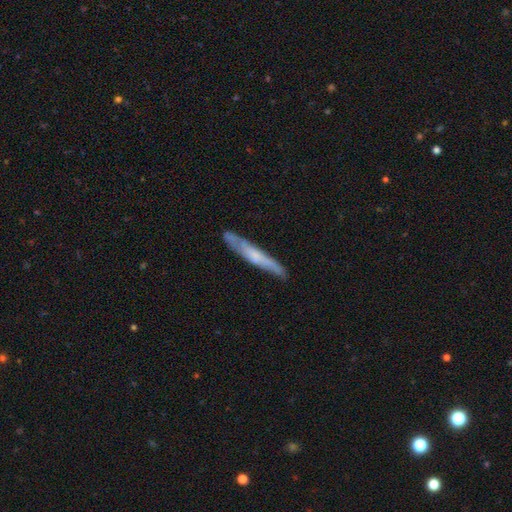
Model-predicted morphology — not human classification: Smooth or featured: featured or disk — 51% (smooth — 43%)
Edge-on disk: yes — 80% (no — 20%)
Merging: none — 80% (minor disturbance — 15%)